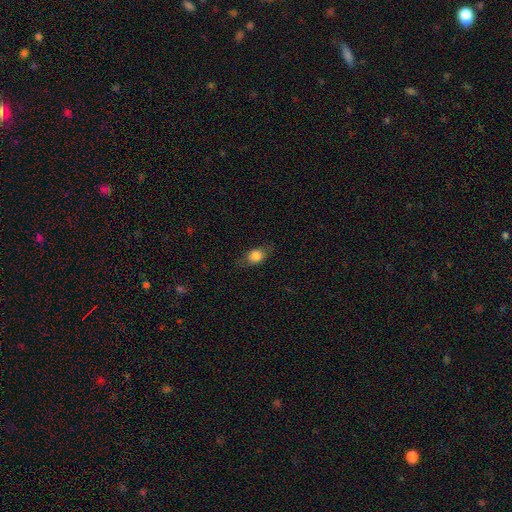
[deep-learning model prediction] smooth 78%, featured or disk 13%, star or artifact 9%. Down the decision tree: how rounded — in between (64%); merging — none (74%).